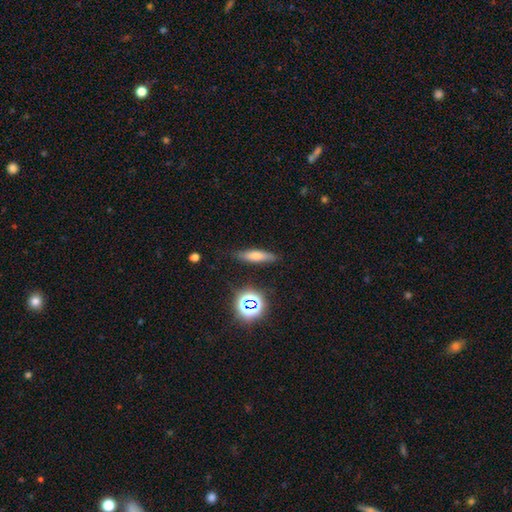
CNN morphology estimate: smooth_or_featured: smooth (p=0.59) [alt: featured or disk p=0.25]
how_rounded: cigar-shaped (p=0.69) [alt: in between p=0.26]
merging: none (p=0.85) [alt: minor disturbance p=0.11]